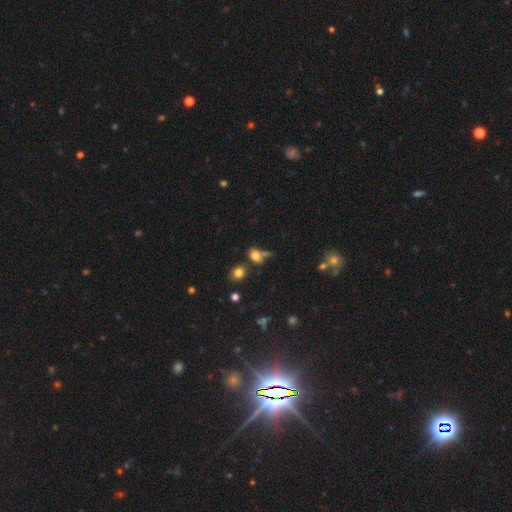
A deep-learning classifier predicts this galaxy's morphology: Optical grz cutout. It shows a smooth galaxy with no disk features (76%) that is in between round and cigar-shaped (64%). Merging: none (46%).